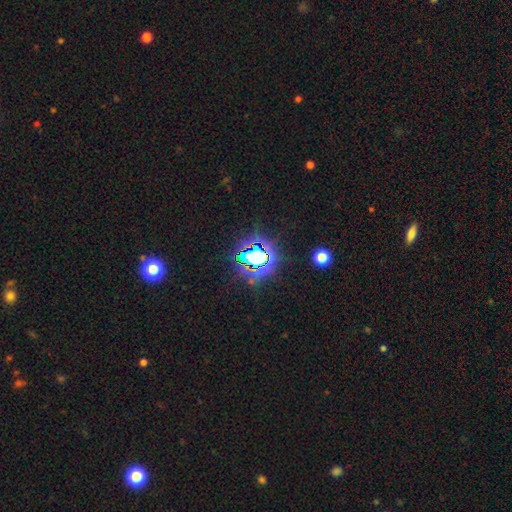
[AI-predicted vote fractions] A star or artifact, not a galaxy (73%).

Vote fractions:
- Smooth or featured? star or artifact: 73% / smooth: 16% / featured or disk: 11%